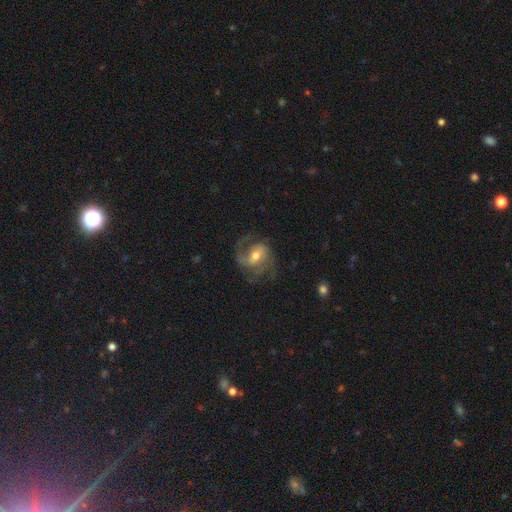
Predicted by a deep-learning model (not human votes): This appears to be a featured or disk galaxy (79%) with a weak bar (47%), 2 (52%) medium (50%) spiral arms (93%) and a moderate central bulge (65%). Merging: none (61%).